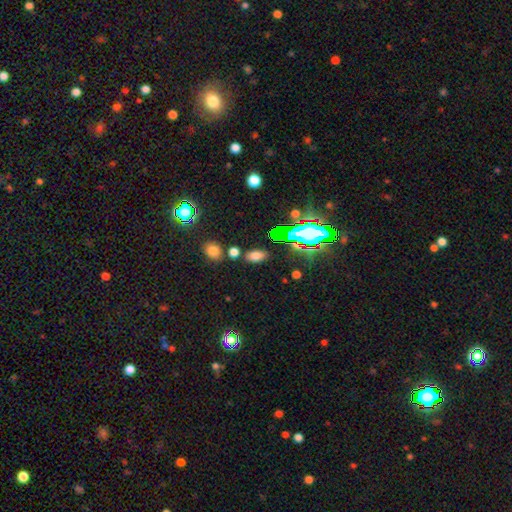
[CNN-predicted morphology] A smooth galaxy with no disk features (71%) that is in between round and cigar-shaped (88%). Merging: none (80%).